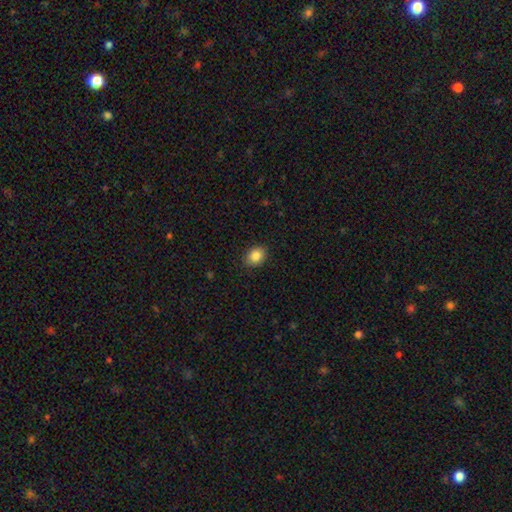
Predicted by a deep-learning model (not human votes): smooth_or_featured: smooth (p=0.86) [alt: star or artifact p=0.09]
how_rounded: in between (p=0.50) [alt: round p=0.49]
merging: none (p=0.88) [alt: minor disturbance p=0.09]